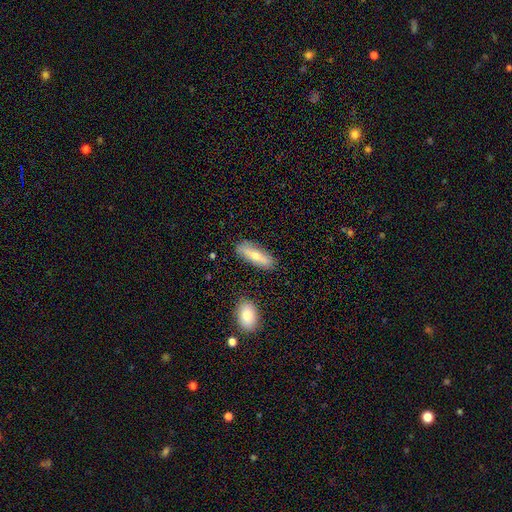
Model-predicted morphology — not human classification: A smooth galaxy with no disk features (56%) that is cigar-shaped (50%).

Vote fractions:
- Smooth or featured? smooth: 56% / featured or disk: 37% / star or artifact: 7%
- How rounded? cigar-shaped: 50% / in between: 48% / round: 3%
- Merging? none: 84% / minor disturbance: 11% / major disturbance: 3% / merger: 2%